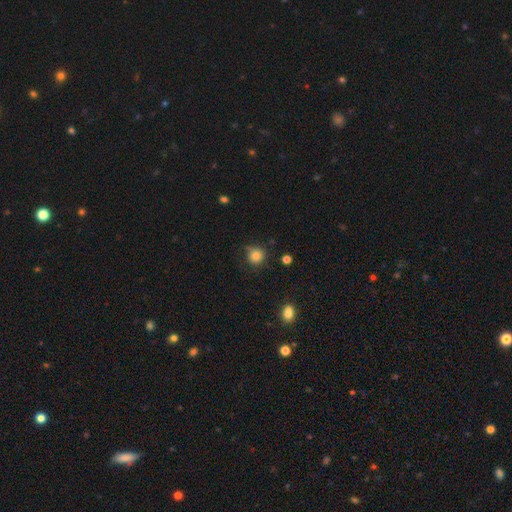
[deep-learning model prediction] smooth_or_featured: smooth (p=0.80) [alt: star or artifact p=0.12]
how_rounded: round (p=0.91) [alt: in between p=0.08]
merging: none (p=0.71) [alt: minor disturbance p=0.21]